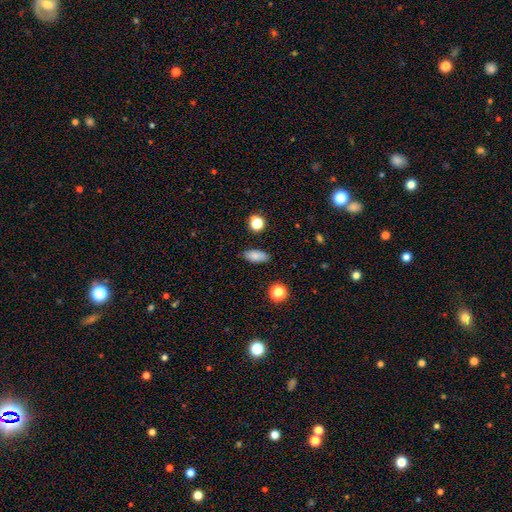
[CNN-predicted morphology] Smooth or featured?
  - smooth: 83% *
  - star or artifact: 10%
  - featured or disk: 7%
How rounded?
  - in between: 82% *
  - cigar-shaped: 12%
  - round: 6%
Merging?
  - none: 86% *
  - minor disturbance: 10%
  - major disturbance: 2%
  - merger: 2%